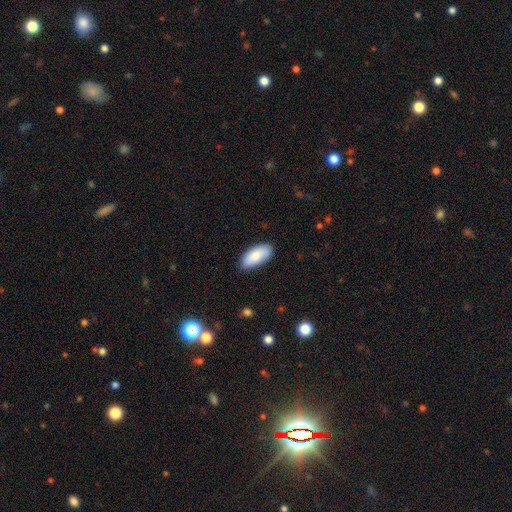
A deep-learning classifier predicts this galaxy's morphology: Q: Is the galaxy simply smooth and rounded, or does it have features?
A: smooth — 86%.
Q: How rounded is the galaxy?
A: in between — 91%.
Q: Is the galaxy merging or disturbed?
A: none — 86%.